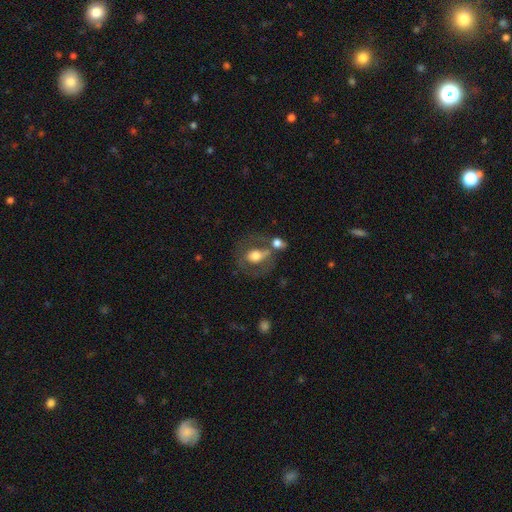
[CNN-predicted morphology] Smooth or featured?
  - smooth: 48% *
  - featured or disk: 44%
  - star or artifact: 8%
Merging?
  - none: 46% *
  - merger: 29%
  - minor disturbance: 14%
  - major disturbance: 11%